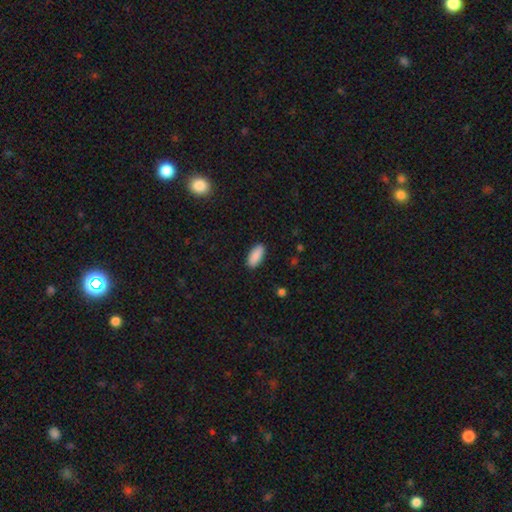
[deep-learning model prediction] This appears to be a smooth galaxy with no disk features (90%) that is in between round and cigar-shaped (87%). Merging: none (90%).